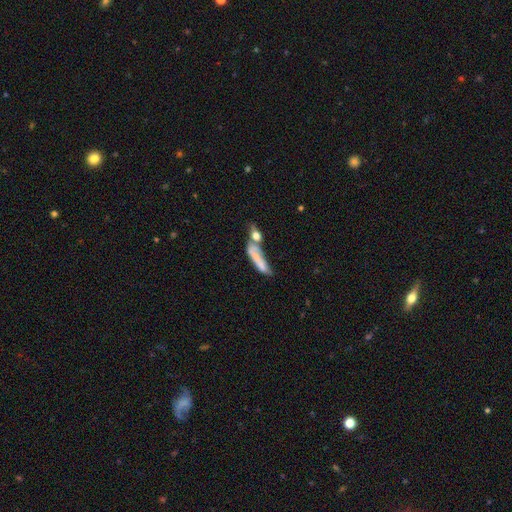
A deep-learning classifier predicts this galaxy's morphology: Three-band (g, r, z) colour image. It shows a smooth galaxy with no disk features (61%) that is cigar-shaped (61%). Merging: merger (45%).